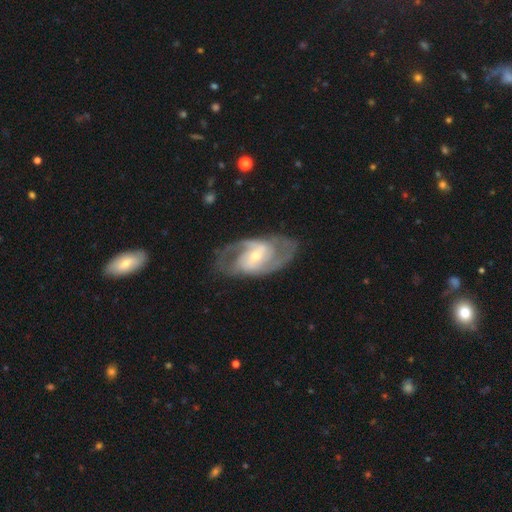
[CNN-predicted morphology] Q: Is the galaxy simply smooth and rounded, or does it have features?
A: featured or disk — 87%.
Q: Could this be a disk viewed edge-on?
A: no — 96%.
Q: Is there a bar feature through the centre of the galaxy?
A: weak — 45%.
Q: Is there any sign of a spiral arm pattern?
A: yes — 94%.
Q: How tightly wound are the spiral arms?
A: medium — 51%.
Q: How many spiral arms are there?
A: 2 — 76%.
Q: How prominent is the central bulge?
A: small — 57%.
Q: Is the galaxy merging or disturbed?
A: none — 76%.